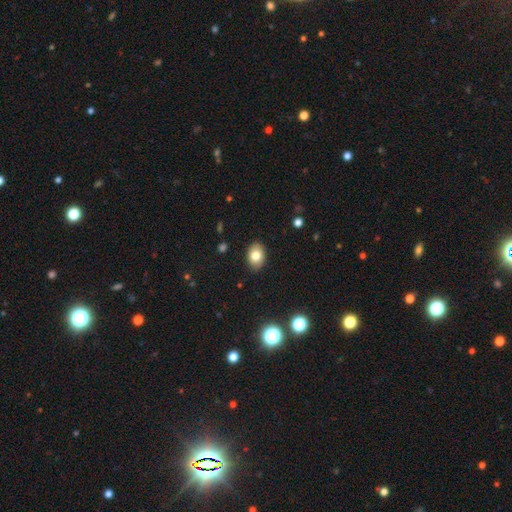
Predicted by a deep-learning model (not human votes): Smooth or featured?
  - smooth: 80% *
  - featured or disk: 11%
  - star or artifact: 9%
How rounded?
  - in between: 77% *
  - round: 22%
  - cigar-shaped: 1%
Merging?
  - none: 88% *
  - minor disturbance: 9%
  - major disturbance: 2%
  - merger: 1%